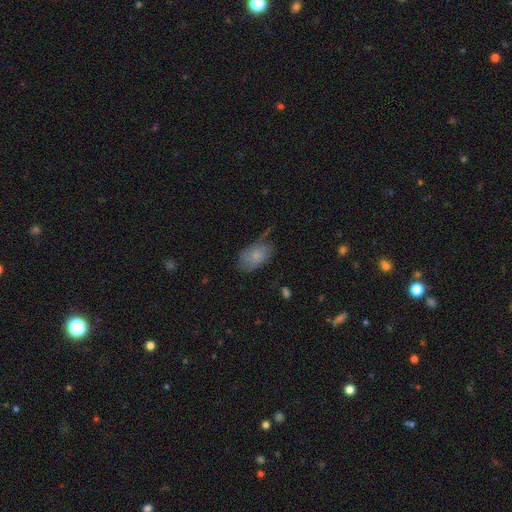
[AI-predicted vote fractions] The model was most divided on "merging": none: 48%, minor disturbance: 33%, major disturbance: 16%, merger: 3%. More confident: how rounded — in between (92%); smooth or featured — smooth (71%).